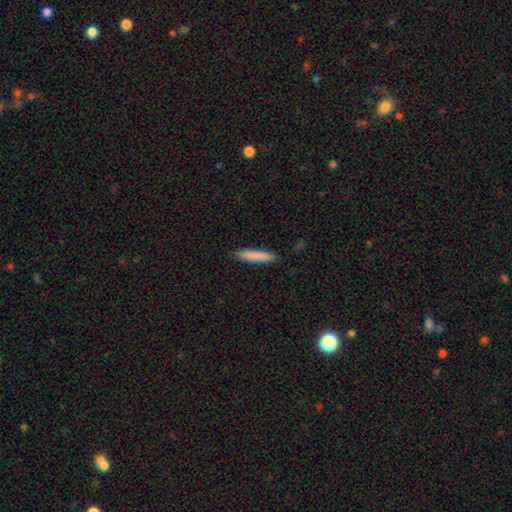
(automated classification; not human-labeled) Overall: smooth (84%). How rounded: cigar-shaped (90%). Merging: none (88%).